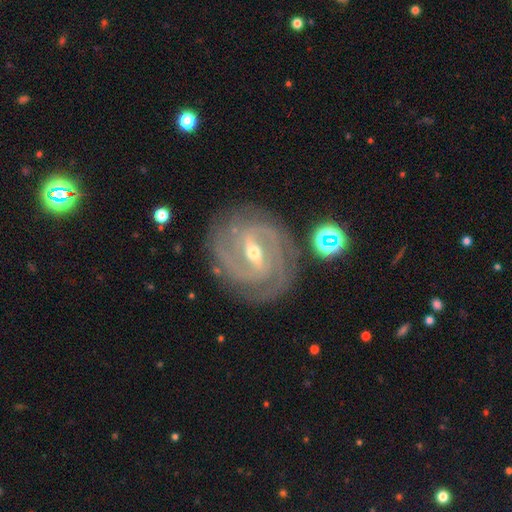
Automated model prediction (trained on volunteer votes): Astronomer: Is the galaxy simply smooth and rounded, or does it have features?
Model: featured or disk — 91%.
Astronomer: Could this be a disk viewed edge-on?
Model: no — 96%.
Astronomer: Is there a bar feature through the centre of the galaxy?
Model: strong — 56% (runner-up: weak, 35%).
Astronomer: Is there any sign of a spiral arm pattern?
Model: yes — 98%.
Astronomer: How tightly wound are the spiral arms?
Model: tight — 68%.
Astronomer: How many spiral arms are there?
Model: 2 — 37% (runner-up: 3, 28%).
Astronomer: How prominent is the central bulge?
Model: small — 49% (runner-up: moderate, 48%).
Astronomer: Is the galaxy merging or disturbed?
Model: none — 82%.